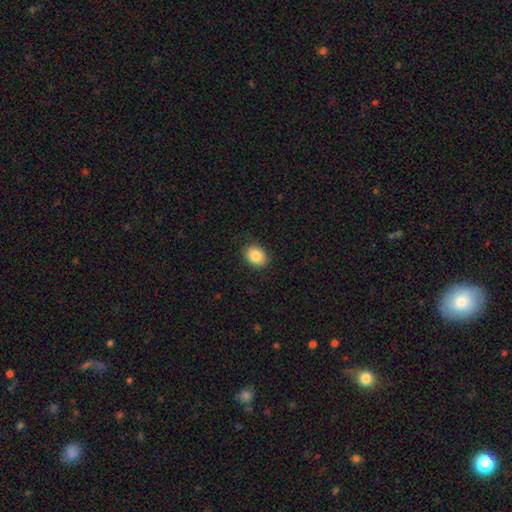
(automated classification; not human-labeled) A smooth galaxy with no disk features (86%) that is in between round and cigar-shaped (68%). Merging: none (87%).